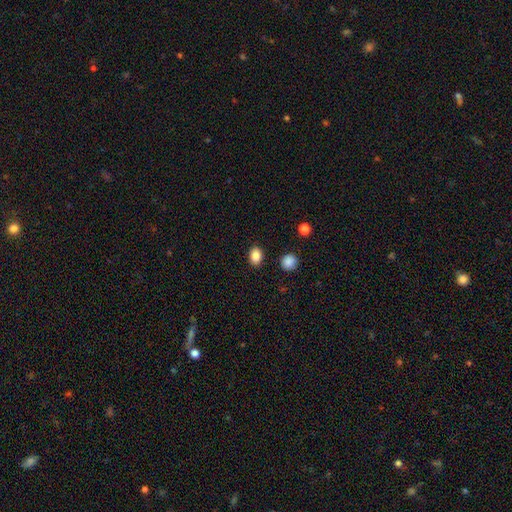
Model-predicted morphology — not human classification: The model was most divided on "how rounded": in between: 63%, round: 36%, cigar-shaped: 1%. More confident: merging — none (89%); smooth or featured — smooth (87%).